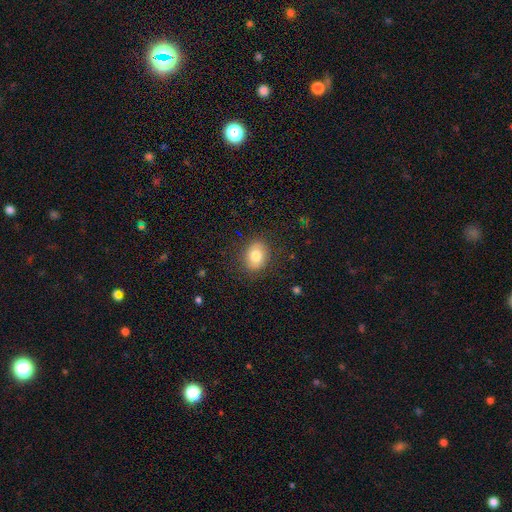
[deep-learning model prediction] smooth 79%, featured or disk 12%, star or artifact 9%. Down the decision tree: how rounded — in between (50%); merging — none (85%).